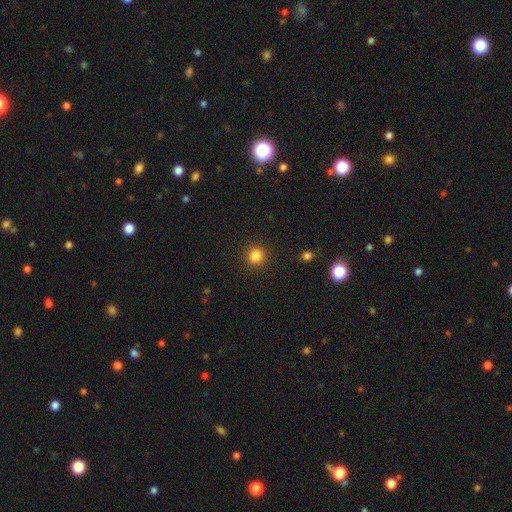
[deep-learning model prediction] smooth-or-featured: smooth: 84% | star or artifact: 12% | featured or disk: 4%
  how-rounded: round: 91% | in between: 8% | cigar-shaped: 1%
  merging: none: 91% | minor disturbance: 6% | major disturbance: 2% | merger: 1%